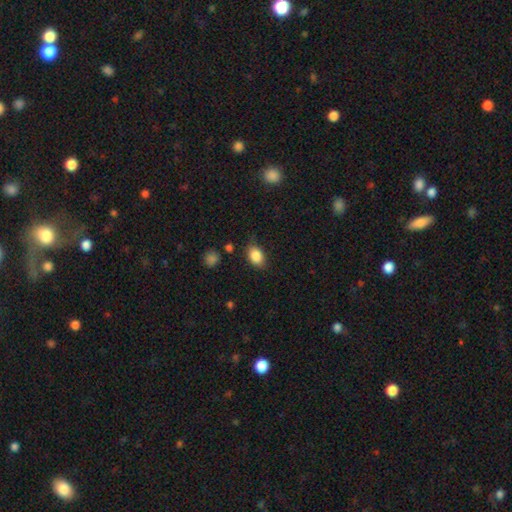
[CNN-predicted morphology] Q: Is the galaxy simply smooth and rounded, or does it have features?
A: smooth — 86%.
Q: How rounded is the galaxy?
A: in between — 82%.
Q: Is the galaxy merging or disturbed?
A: none — 76%.